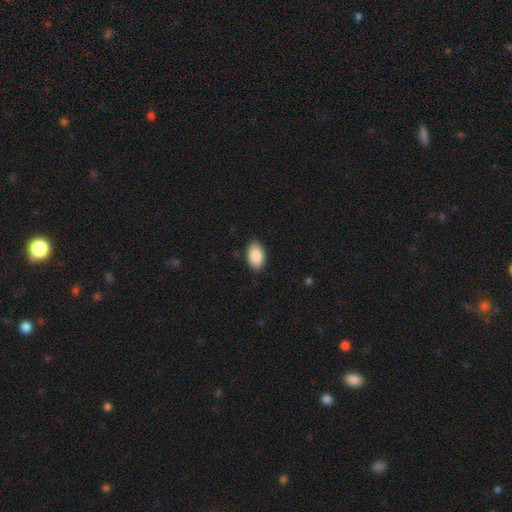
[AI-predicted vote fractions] Smooth or featured: smooth — 88% (star or artifact — 6%)
How rounded: in between — 93% (round — 5%)
Merging: none — 88% (minor disturbance — 10%)